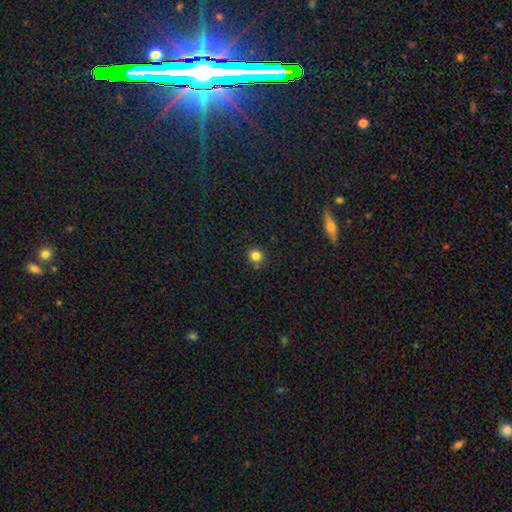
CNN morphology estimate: smooth_or_featured: smooth (p=0.82) [alt: star or artifact p=0.13]
how_rounded: round (p=0.92) [alt: in between p=0.07]
merging: none (p=0.84) [alt: minor disturbance p=0.10]